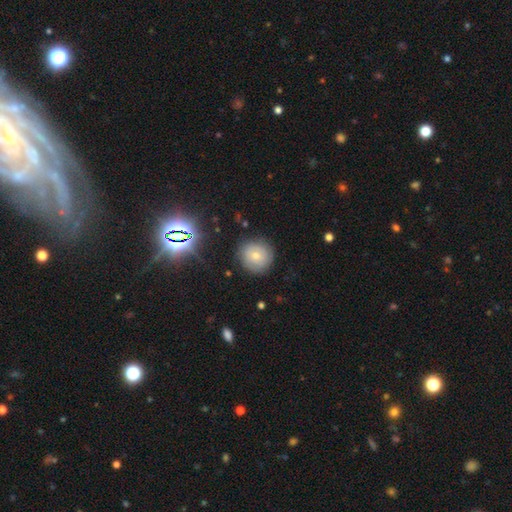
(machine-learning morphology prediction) Overall: smooth (66%). How rounded: round (91%). Merging: none (84%).